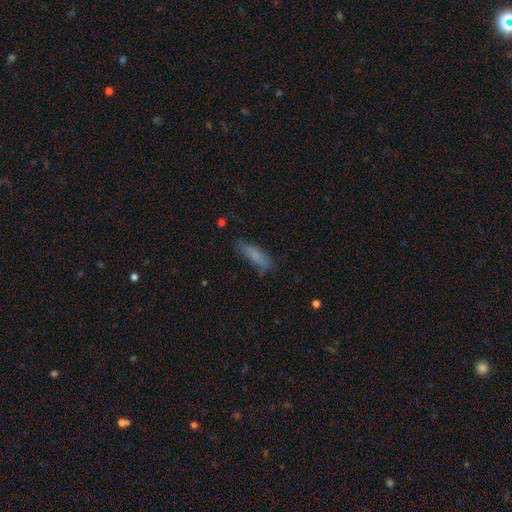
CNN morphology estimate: This is likely a smooth galaxy (75%). How rounded: likely cigar-shaped (68%). Merging: likely none (69%).